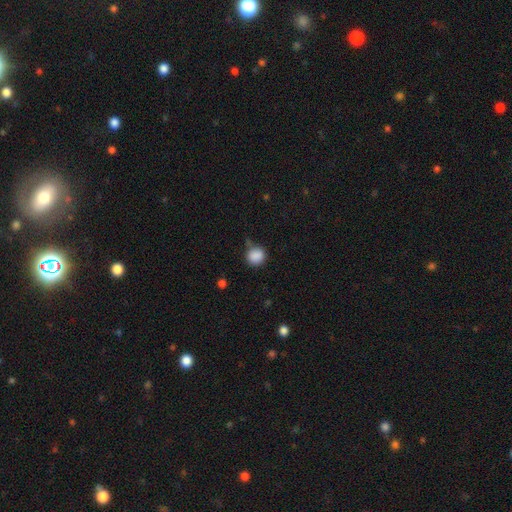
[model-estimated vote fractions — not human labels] smooth_or_featured: smooth (p=0.87) [alt: star or artifact p=0.09]
how_rounded: round (p=0.85) [alt: in between p=0.14]
merging: none (p=0.70) [alt: minor disturbance p=0.20]